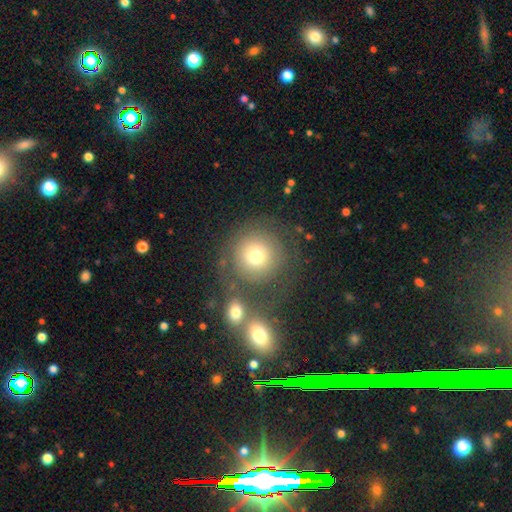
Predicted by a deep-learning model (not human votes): Q: Smooth or featured?
A: smooth (69%); runner-up: featured or disk (20%)
Q: How rounded?
A: round (93%); runner-up: in between (6%)
Q: Merging?
A: none (62%); runner-up: merger (19%)